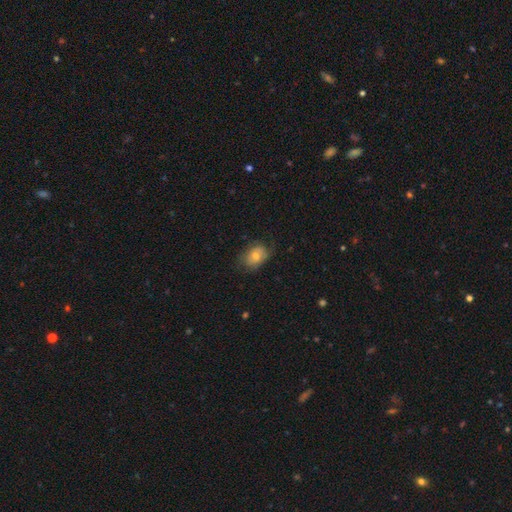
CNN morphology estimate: Smooth or featured?
  - smooth: 66% *
  - featured or disk: 26%
  - star or artifact: 8%
How rounded?
  - in between: 74% *
  - round: 25%
  - cigar-shaped: 1%
Merging?
  - none: 63% *
  - minor disturbance: 26%
  - major disturbance: 10%
  - merger: 1%